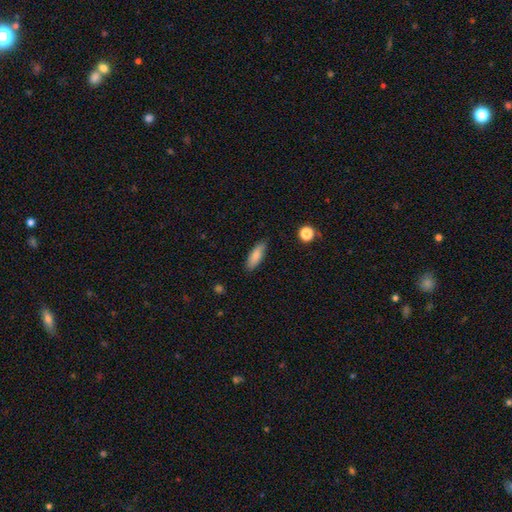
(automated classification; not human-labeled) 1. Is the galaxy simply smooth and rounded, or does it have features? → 83% smooth, 10% featured or disk, 7% star or artifact.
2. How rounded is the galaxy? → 55% in between, 43% cigar-shaped, 2% round.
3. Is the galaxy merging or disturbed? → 83% none, 13% minor disturbance, 3% major disturbance, 1% merger.